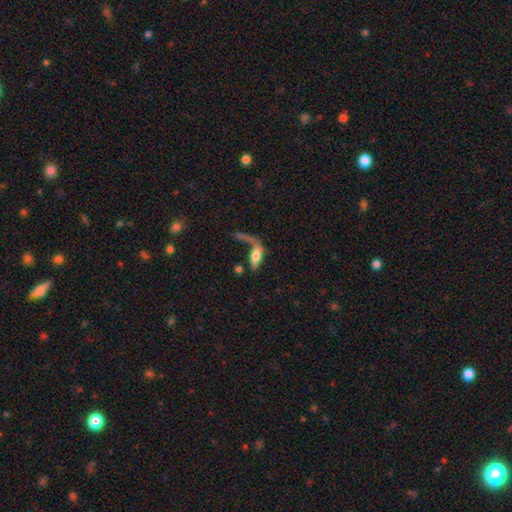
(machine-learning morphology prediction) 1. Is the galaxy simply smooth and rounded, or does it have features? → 57% smooth, 35% featured or disk, 8% star or artifact.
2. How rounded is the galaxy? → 61% in between, 34% cigar-shaped, 5% round.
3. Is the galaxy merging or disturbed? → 35% major disturbance, 29% none, 22% merger, 15% minor disturbance.